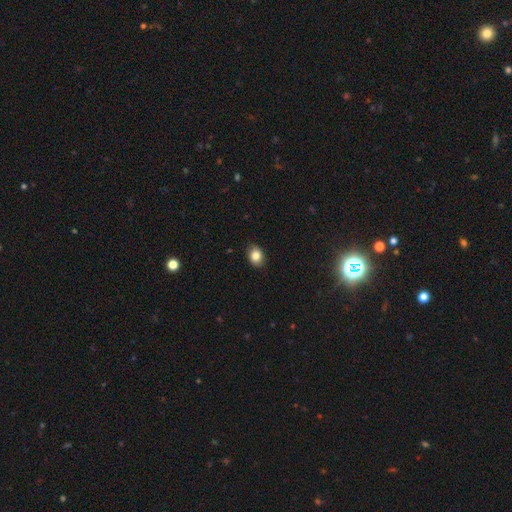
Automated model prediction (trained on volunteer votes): Q: Smooth or featured?
A: smooth (84%); runner-up: star or artifact (9%)
Q: How rounded?
A: in between (64%); runner-up: round (35%)
Q: Merging?
A: none (87%); runner-up: minor disturbance (10%)